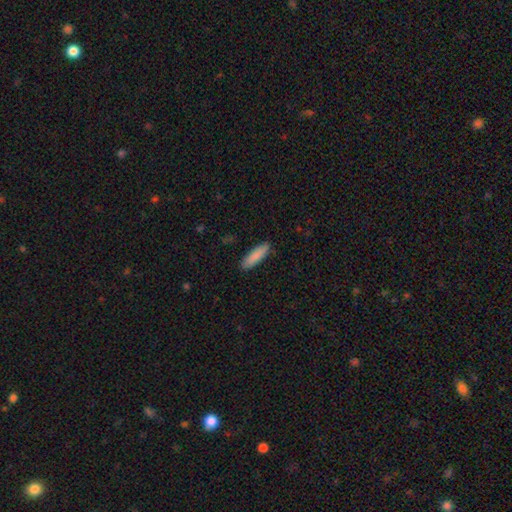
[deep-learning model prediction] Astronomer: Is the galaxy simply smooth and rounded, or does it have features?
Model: smooth — 87%.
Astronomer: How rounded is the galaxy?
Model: cigar-shaped — 67%.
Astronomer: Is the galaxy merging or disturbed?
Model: none — 89%.